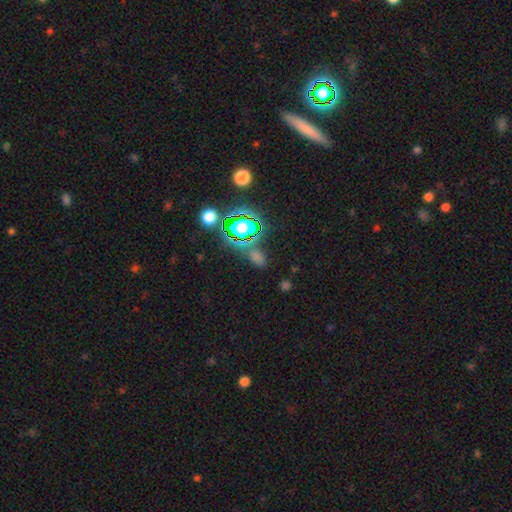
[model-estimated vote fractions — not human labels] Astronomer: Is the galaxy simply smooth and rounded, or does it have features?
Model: star or artifact — 50% (runner-up: smooth, 41%).